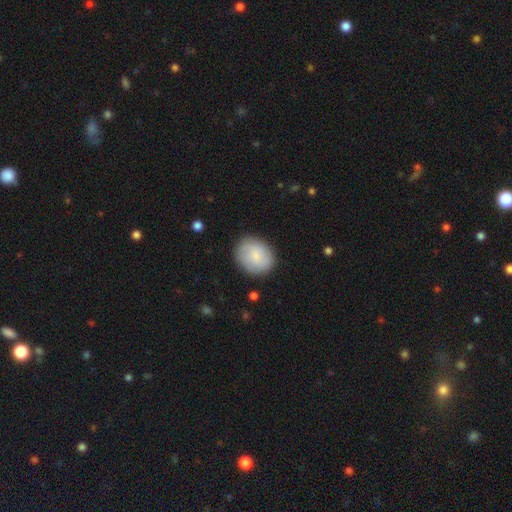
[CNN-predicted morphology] smooth_or_featured: smooth (p=0.79) [alt: featured or disk p=0.14]
how_rounded: round (p=0.61) [alt: in between p=0.38]
merging: none (p=0.85) [alt: minor disturbance p=0.11]